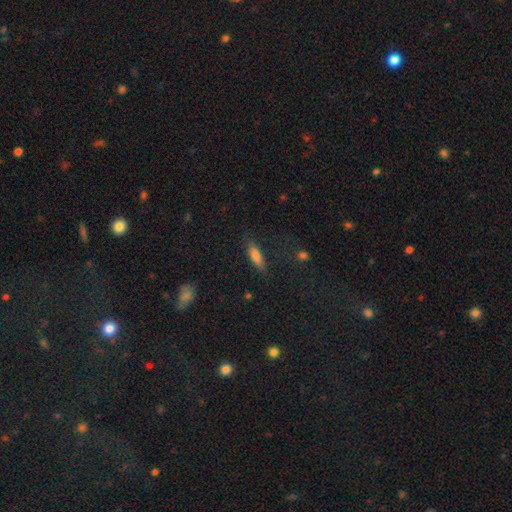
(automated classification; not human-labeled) Smooth or featured: smooth — 71% (featured or disk — 19%)
How rounded: cigar-shaped — 60% (in between — 38%)
Merging: none — 79% (minor disturbance — 15%)